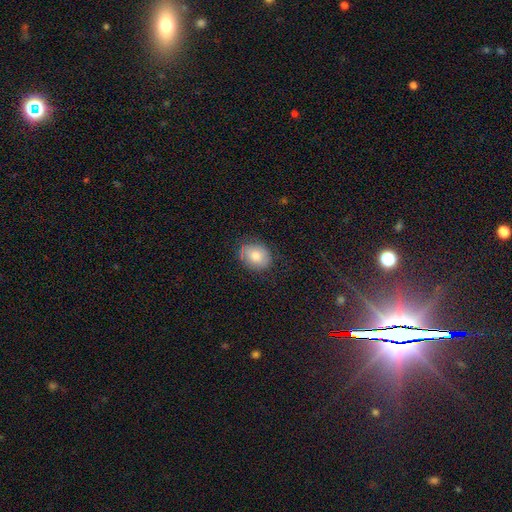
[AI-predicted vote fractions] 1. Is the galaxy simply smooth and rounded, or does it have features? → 68% smooth, 22% featured or disk, 10% star or artifact.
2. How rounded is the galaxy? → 52% in between, 47% round, 1% cigar-shaped.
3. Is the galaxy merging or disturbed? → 77% none, 18% minor disturbance, 5% major disturbance, 1% merger.